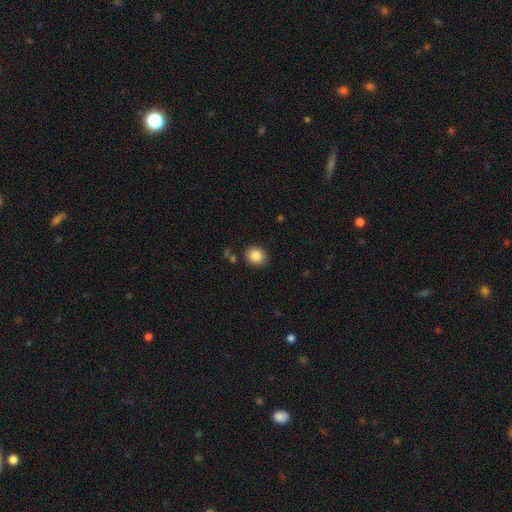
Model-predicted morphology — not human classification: A smooth galaxy with no disk features (85%) that is round (54%).

Vote fractions:
- Smooth or featured? smooth: 85% / star or artifact: 9% / featured or disk: 6%
- How rounded? round: 54% / in between: 45% / cigar-shaped: 1%
- Merging? none: 87% / minor disturbance: 9% / merger: 2% / major disturbance: 2%